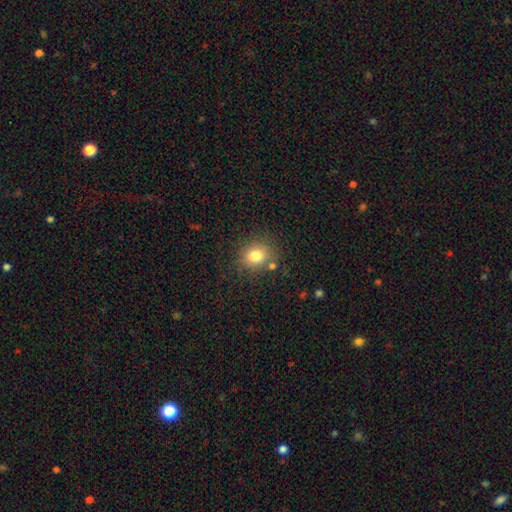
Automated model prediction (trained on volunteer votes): A smooth galaxy with no disk features (81%) that is round (67%).

Vote fractions:
- Smooth or featured? smooth: 81% / star or artifact: 12% / featured or disk: 8%
- How rounded? round: 67% / in between: 32% / cigar-shaped: 1%
- Merging? none: 78% / minor disturbance: 12% / merger: 6% / major disturbance: 4%